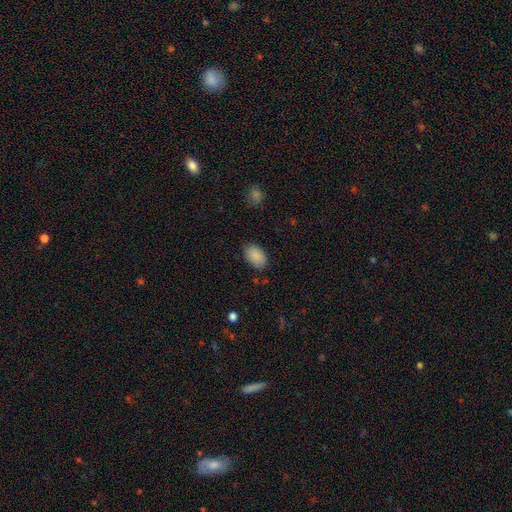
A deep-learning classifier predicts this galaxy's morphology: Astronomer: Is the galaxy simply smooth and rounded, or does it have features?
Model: smooth — 89%.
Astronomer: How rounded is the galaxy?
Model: in between — 86%.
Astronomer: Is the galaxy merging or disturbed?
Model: none — 82%.